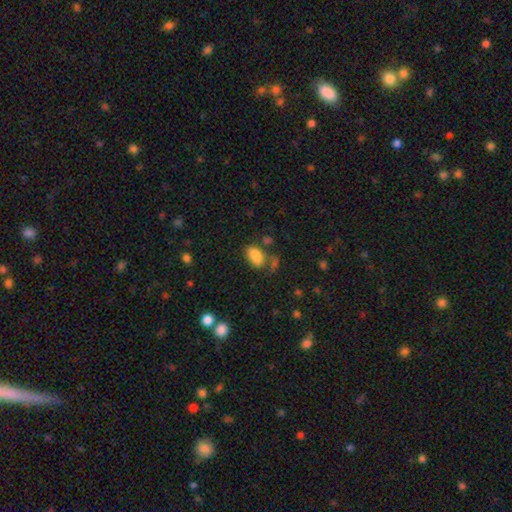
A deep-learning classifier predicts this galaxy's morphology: A smooth galaxy with no disk features (82%) that is in between round and cigar-shaped (91%). Merging: none (51%).